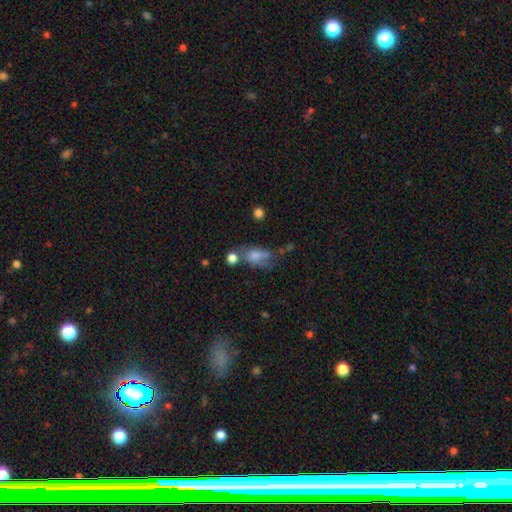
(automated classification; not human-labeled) A smooth galaxy with no disk features (70%) that is in between round and cigar-shaped (79%).

Vote fractions:
- Smooth or featured? smooth: 70% / featured or disk: 19% / star or artifact: 12%
- How rounded? in between: 79% / round: 16% / cigar-shaped: 5%
- Merging? none: 31% / merger: 26% / minor disturbance: 23% / major disturbance: 20%